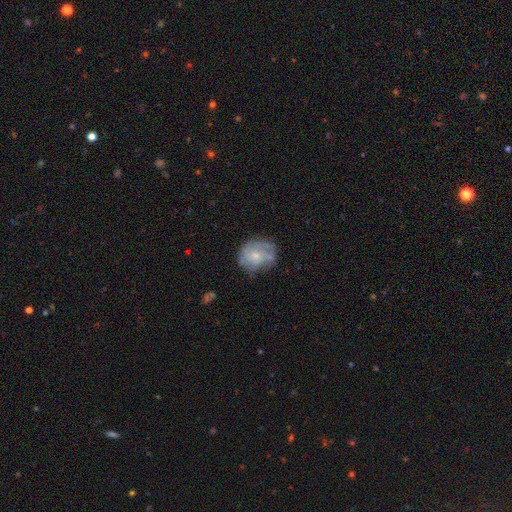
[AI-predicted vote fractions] smooth_or_featured: featured or disk (p=0.53) [alt: smooth p=0.39]
disk_edge_on: no (p=0.97) [alt: yes p=0.03]
bar: no (p=0.75) [alt: weak p=0.22]
has_spiral_arms: yes (p=0.59) [alt: no p=0.41]
bulge_size: small (p=0.55) [alt: moderate p=0.35]
merging: none (p=0.55) [alt: minor disturbance p=0.27]